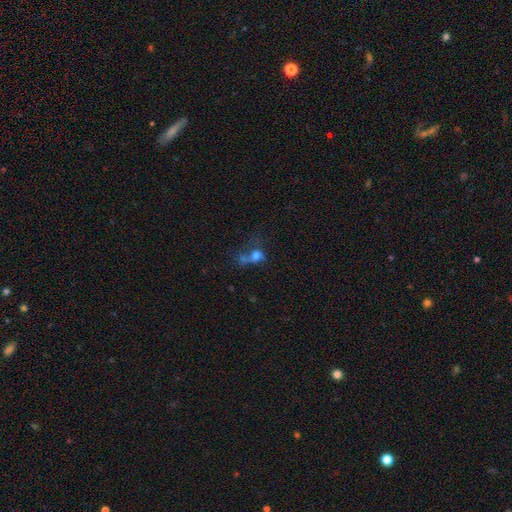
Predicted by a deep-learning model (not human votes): Smooth or featured: smooth — 61% (featured or disk — 22%)
How rounded: round — 50% (in between — 48%)
Merging: merger — 40% (major disturbance — 24%)